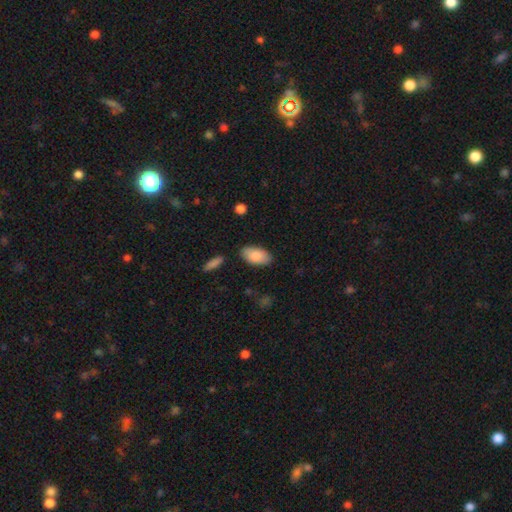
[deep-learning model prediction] Morphology: type=smooth (83%); roundness=in between (95%); merging=none (84%).